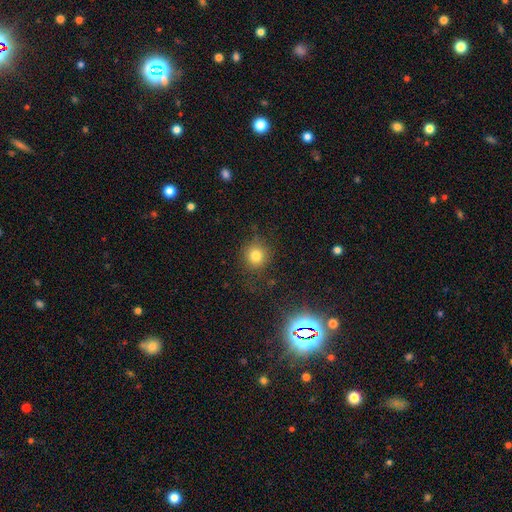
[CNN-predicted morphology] Smooth or featured: smooth — 78% (star or artifact — 15%)
How rounded: round — 90% (in between — 9%)
Merging: none — 82% (minor disturbance — 11%)